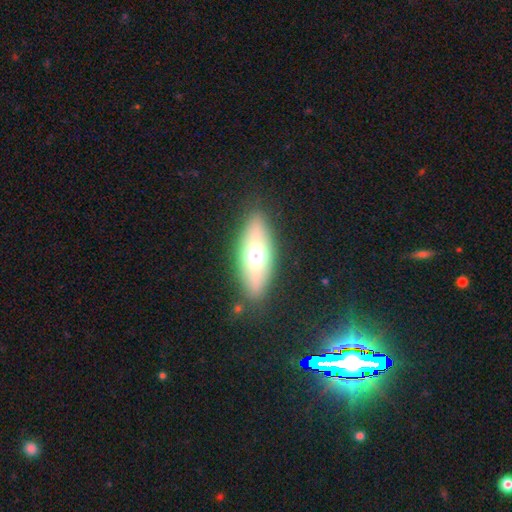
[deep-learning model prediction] smooth 61%, featured or disk 31%, star or artifact 8%. Down the decision tree: how rounded — in between (68%); merging — none (85%).